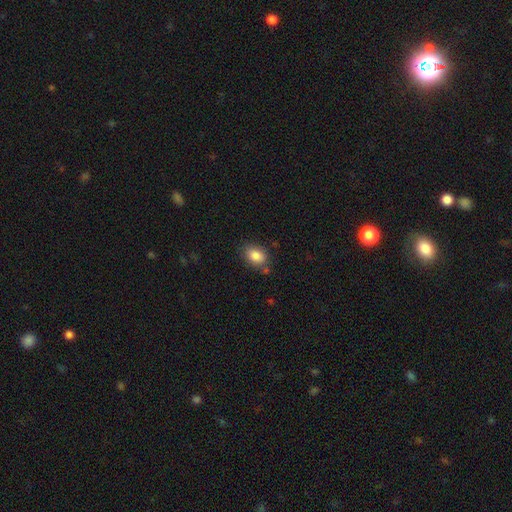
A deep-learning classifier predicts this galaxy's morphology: This is clearly a smooth galaxy (85%). How rounded: clearly in between (81%). Merging: likely none (74%).